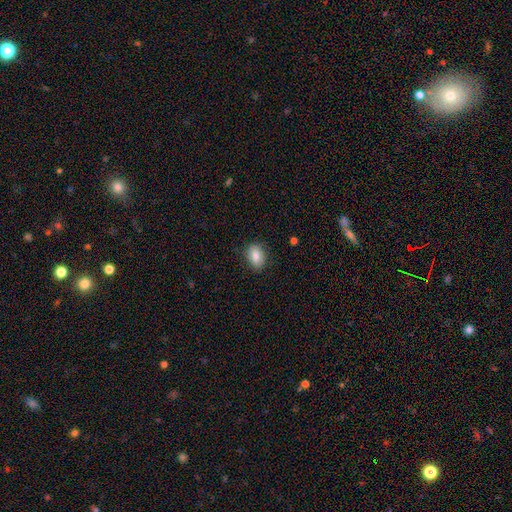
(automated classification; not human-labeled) Overall: smooth (84%). How rounded: in between (77%). Merging: none (85%).